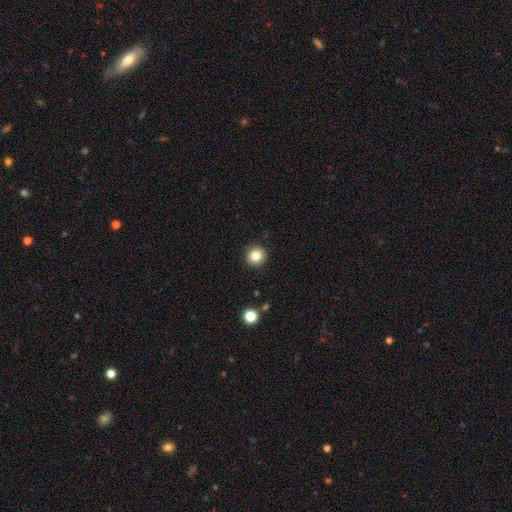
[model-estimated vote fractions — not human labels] smooth_or_featured: smooth (p=0.82) [alt: star or artifact p=0.11]
how_rounded: round (p=0.94) [alt: in between p=0.05]
merging: none (p=0.92) [alt: minor disturbance p=0.05]